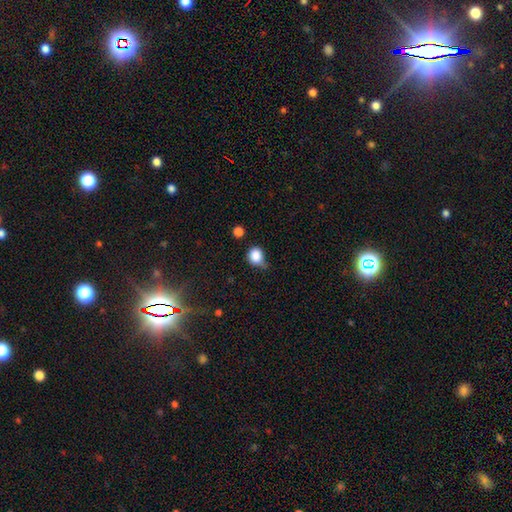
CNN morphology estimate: Smooth or featured? Predicted: smooth (p=0.85). How rounded? Predicted: round (p=0.74). Merging? Predicted: none (p=0.46).